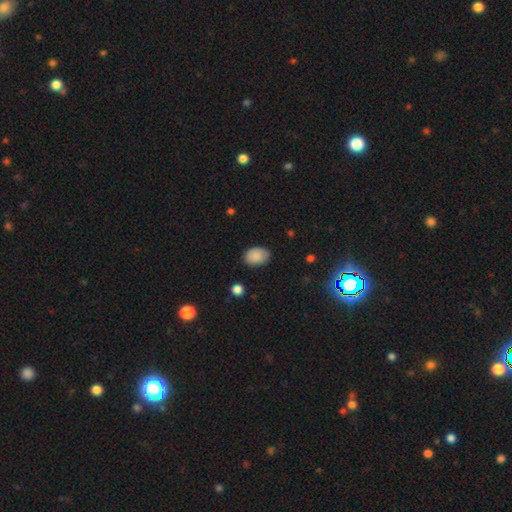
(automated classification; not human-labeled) Overall: smooth (87%). How rounded: in between (81%). Merging: none (79%).